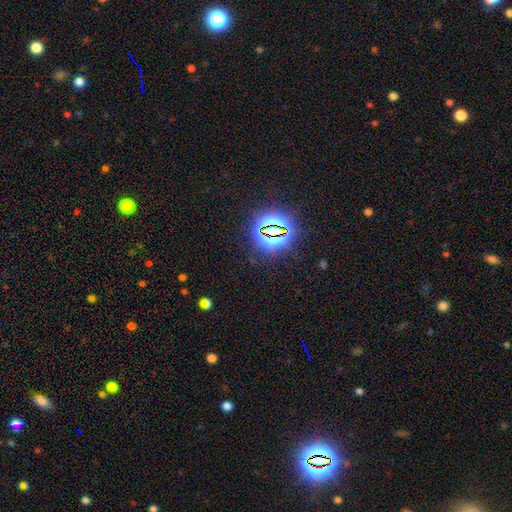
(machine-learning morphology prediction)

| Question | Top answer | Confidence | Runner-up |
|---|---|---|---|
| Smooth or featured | star or artifact | 82% | smooth (11%) |